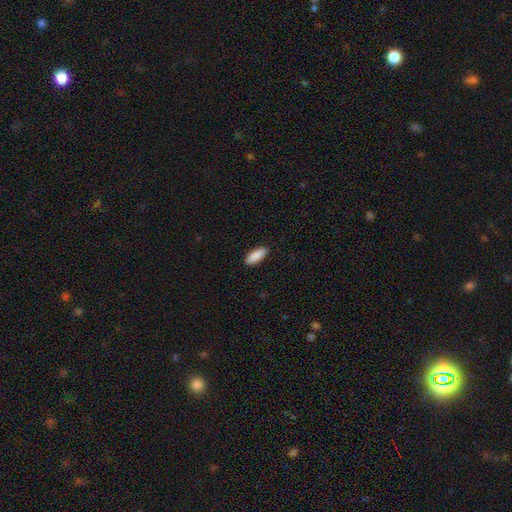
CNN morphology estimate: A smooth galaxy with no disk features (90%) that is in between round and cigar-shaped (73%). Merging: none (89%).